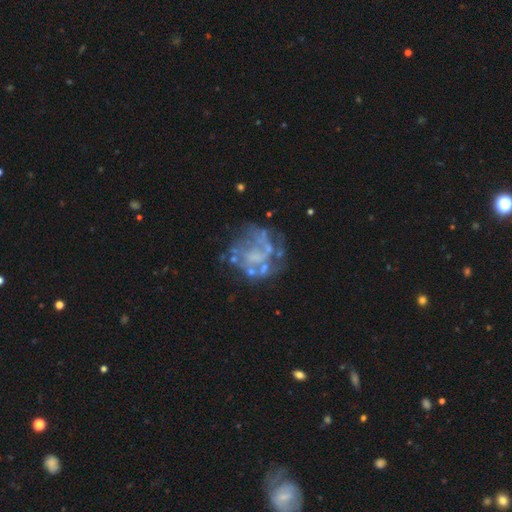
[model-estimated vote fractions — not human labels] smooth_or_featured: featured or disk (p=0.74) [alt: smooth p=0.14]
disk_edge_on: no (p=0.98) [alt: yes p=0.02]
bar: no (p=0.85) [alt: weak p=0.11]
has_spiral_arms: no (p=0.71) [alt: yes p=0.29]
bulge_size: none (p=0.69) [alt: small p=0.14]
merging: none (p=0.52) [alt: major disturbance p=0.23]